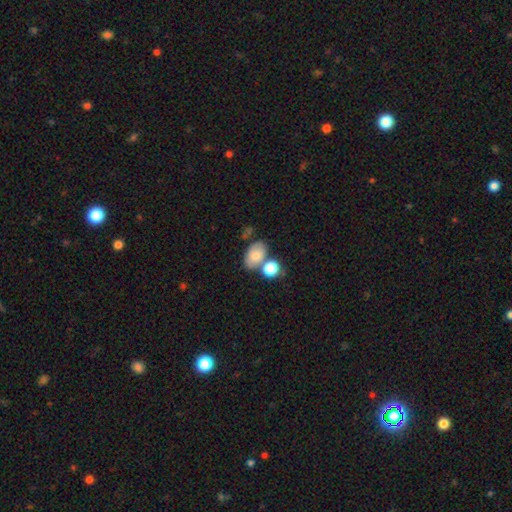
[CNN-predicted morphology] Smooth or featured?
  - smooth: 77% *
  - featured or disk: 15%
  - star or artifact: 9%
How rounded?
  - in between: 85% *
  - round: 14%
  - cigar-shaped: 1%
Merging?
  - none: 54% *
  - merger: 26%
  - minor disturbance: 15%
  - major disturbance: 5%